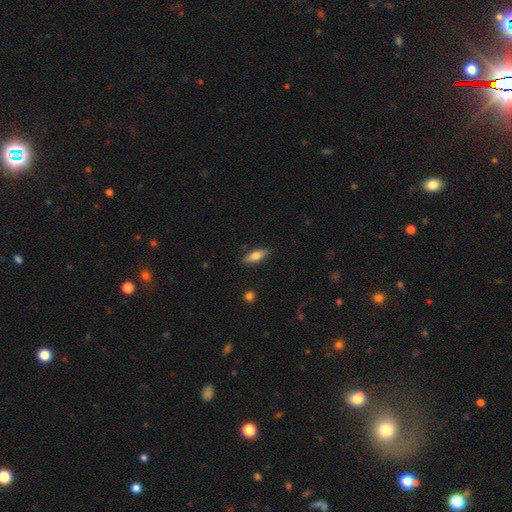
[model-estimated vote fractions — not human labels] This is likely a smooth galaxy (64%). How rounded: possibly in between (59%). Merging: clearly none (87%).